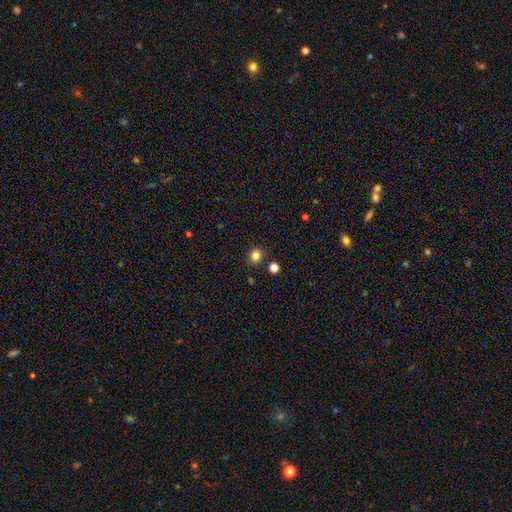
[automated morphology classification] Smooth or featured? smooth (82%)
How rounded? round (89%)
Merging? none (89%)